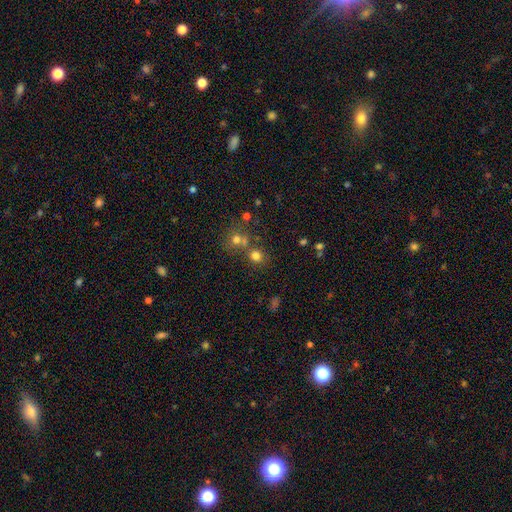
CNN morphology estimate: smooth-or-featured: smooth: 75% | star or artifact: 17% | featured or disk: 8%
  how-rounded: round: 85% | in between: 14% | cigar-shaped: 1%
  merging: none: 62% | merger: 26% | minor disturbance: 8% | major disturbance: 4%